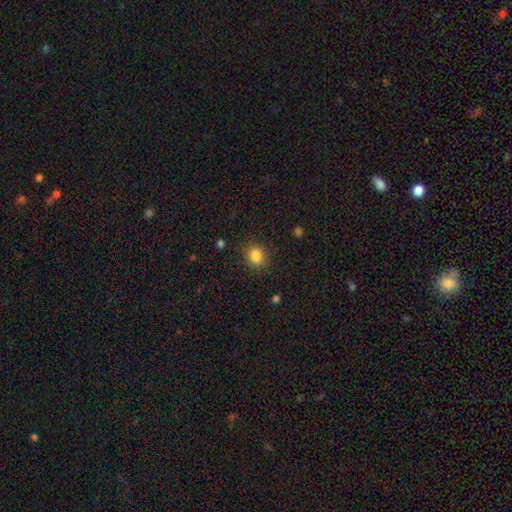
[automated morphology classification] A smooth galaxy with no disk features (84%) that is round (78%).

Vote fractions:
- Smooth or featured? smooth: 84% / star or artifact: 11% / featured or disk: 5%
- How rounded? round: 78% / in between: 21% / cigar-shaped: 1%
- Merging? none: 88% / minor disturbance: 8% / major disturbance: 3% / merger: 1%